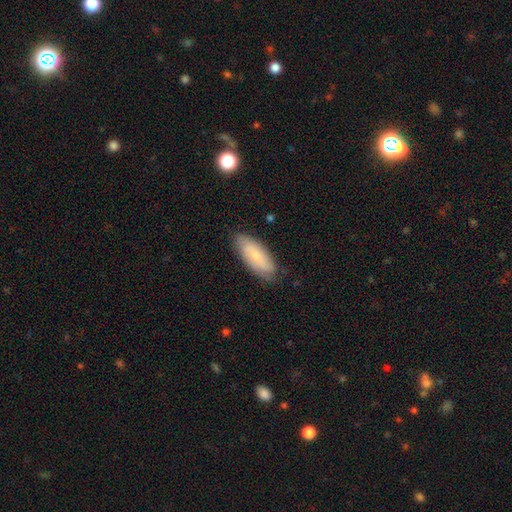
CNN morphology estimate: smooth 60%, featured or disk 33%, star or artifact 7%. Down the decision tree: how rounded — in between (75%); merging — none (80%).